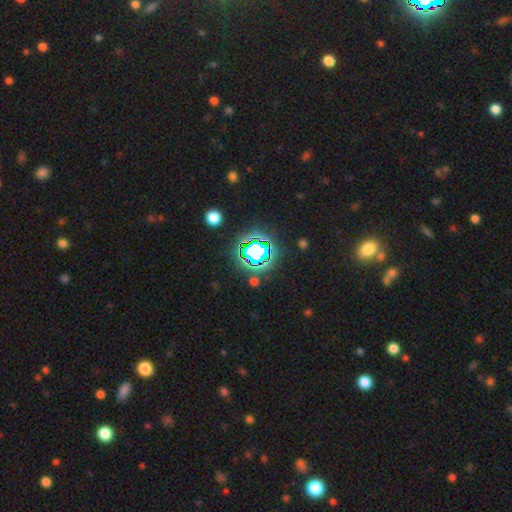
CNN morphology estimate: A star or artifact, not a galaxy (69%).